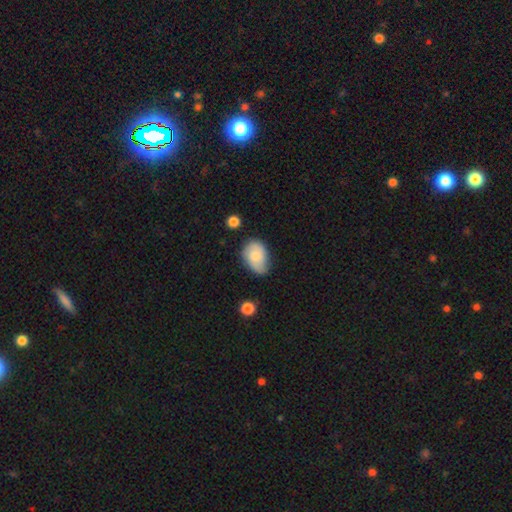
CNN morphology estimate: smooth 62%, featured or disk 30%, star or artifact 7%. Down the decision tree: how rounded — in between (80%); merging — none (51%).